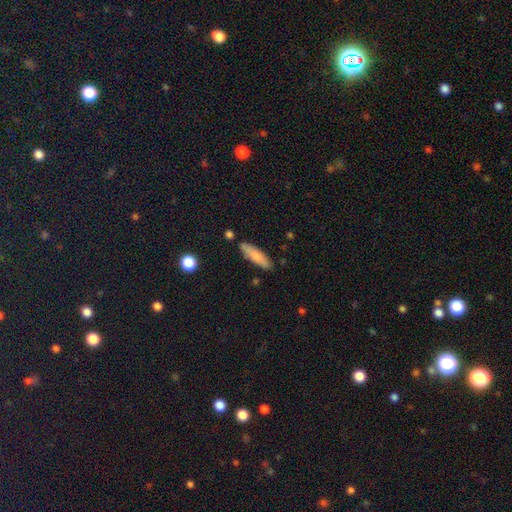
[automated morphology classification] Smooth or featured? Predicted: smooth (p=0.80). How rounded? Predicted: cigar-shaped (p=0.66). Merging? Predicted: none (p=0.82).